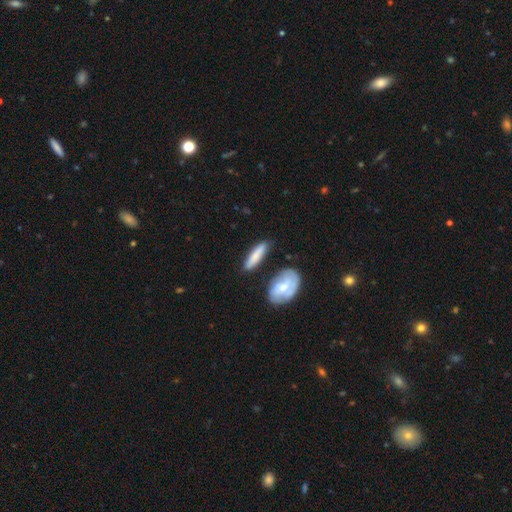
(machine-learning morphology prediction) Smooth or featured? Predicted: smooth (p=0.73). How rounded? Predicted: cigar-shaped (p=0.74). Merging? Predicted: none (p=0.76).